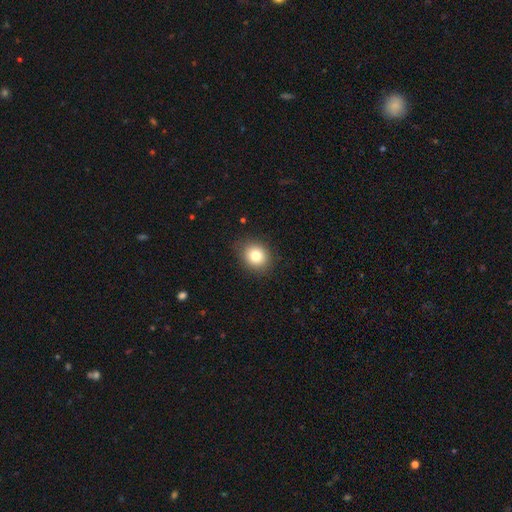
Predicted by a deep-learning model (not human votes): Morphology: type=smooth (81%); roundness=round (66%); merging=none (87%).